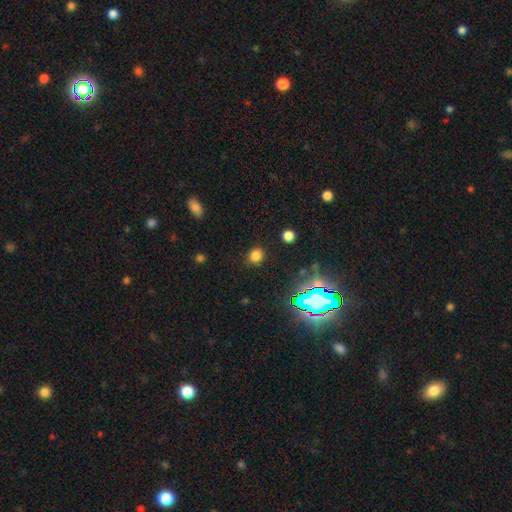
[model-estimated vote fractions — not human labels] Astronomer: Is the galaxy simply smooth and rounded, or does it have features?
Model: smooth — 76%.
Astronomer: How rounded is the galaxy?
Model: round — 73%.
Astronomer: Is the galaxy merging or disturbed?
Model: none — 86%.